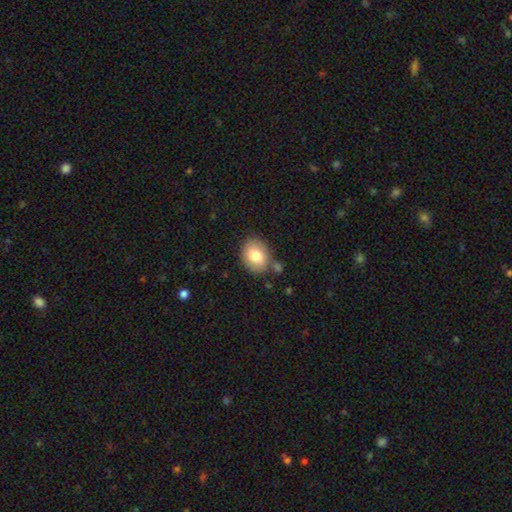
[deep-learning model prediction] Smooth or featured?
  - smooth: 78% *
  - featured or disk: 14%
  - star or artifact: 8%
How rounded?
  - in between: 63% *
  - round: 36%
  - cigar-shaped: 1%
Merging?
  - none: 76% *
  - minor disturbance: 14%
  - merger: 6%
  - major disturbance: 4%